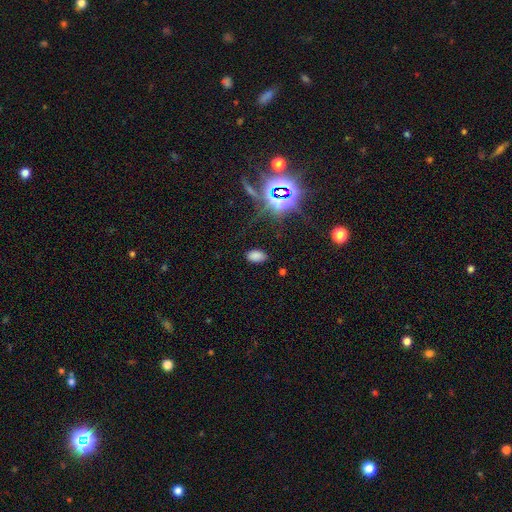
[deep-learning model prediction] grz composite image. It shows a smooth galaxy with no disk features (73%) that is in between round and cigar-shaped (93%). Merging: none (82%).